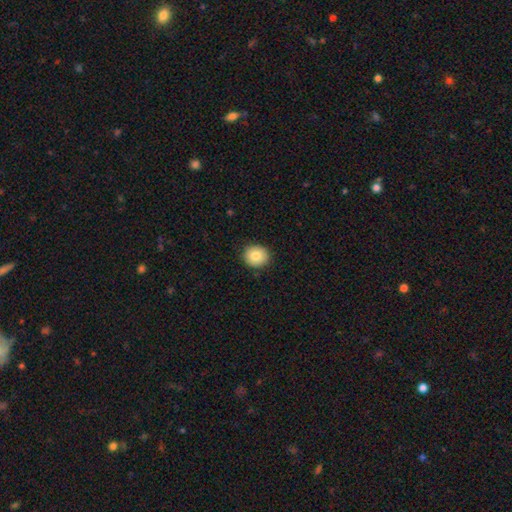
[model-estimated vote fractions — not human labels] Smooth or featured: smooth — 82% (featured or disk — 10%)
How rounded: round — 85% (in between — 14%)
Merging: none — 90% (minor disturbance — 8%)